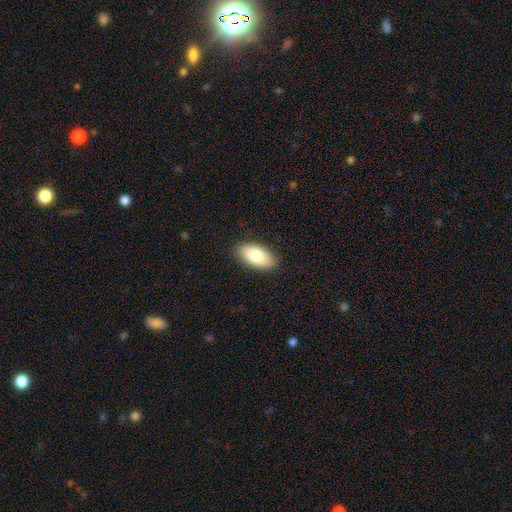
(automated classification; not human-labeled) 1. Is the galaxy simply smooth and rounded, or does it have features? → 81% smooth, 13% featured or disk, 6% star or artifact.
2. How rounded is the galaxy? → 93% in between, 4% cigar-shaped, 3% round.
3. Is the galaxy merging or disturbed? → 87% none, 9% minor disturbance, 2% major disturbance, 1% merger.